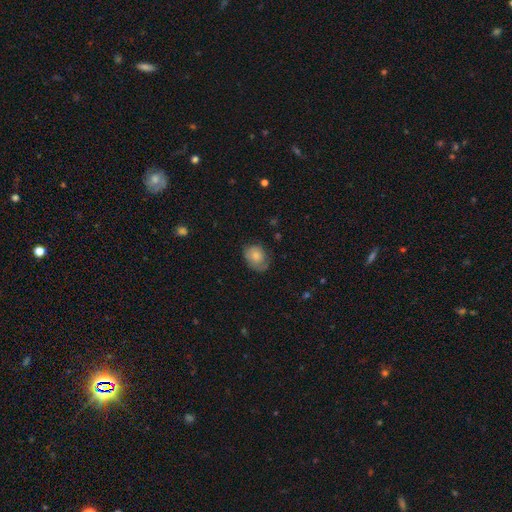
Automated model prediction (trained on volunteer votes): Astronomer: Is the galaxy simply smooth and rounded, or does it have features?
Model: smooth — 74%.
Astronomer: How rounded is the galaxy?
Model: in between — 60% (runner-up: round, 39%).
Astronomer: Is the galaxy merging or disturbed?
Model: none — 58%.